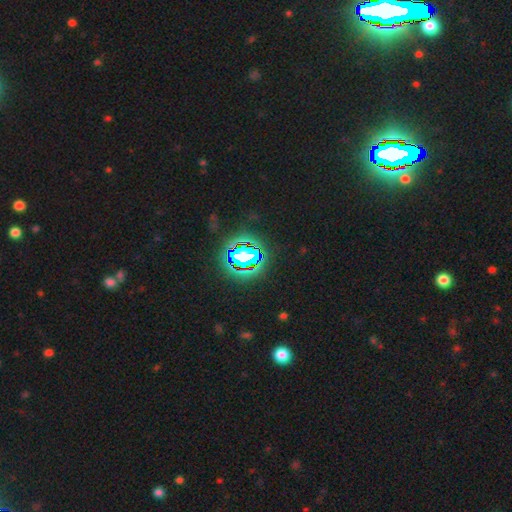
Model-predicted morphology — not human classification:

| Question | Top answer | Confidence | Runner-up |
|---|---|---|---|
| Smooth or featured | star or artifact | 84% | smooth (9%) |